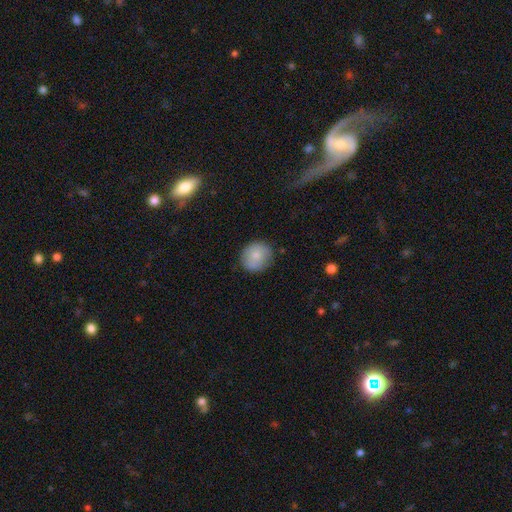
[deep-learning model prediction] Smooth or featured? Predicted: smooth (p=0.80). How rounded? Predicted: round (p=0.88). Merging? Predicted: none (p=0.81).